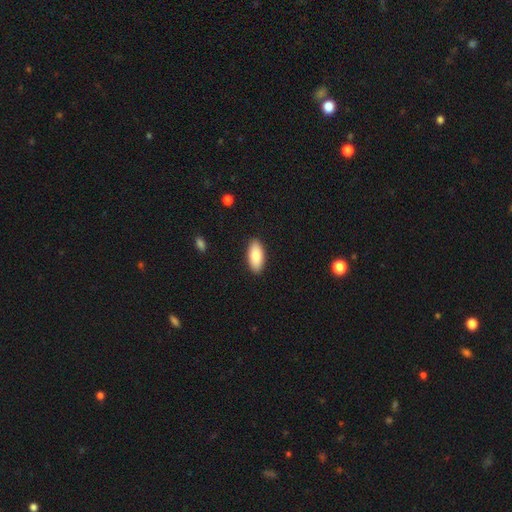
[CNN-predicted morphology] type=smooth (84%); roundness=in between (88%); merging=none (89%).